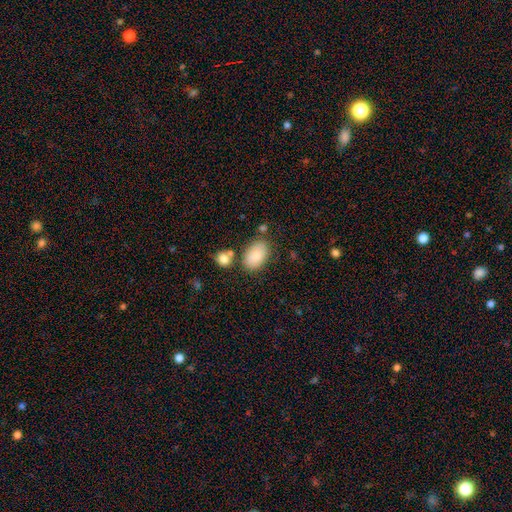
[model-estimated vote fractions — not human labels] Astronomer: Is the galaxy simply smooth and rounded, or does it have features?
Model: smooth — 84%.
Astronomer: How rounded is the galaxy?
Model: in between — 92%.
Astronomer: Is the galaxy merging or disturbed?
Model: none — 75%.